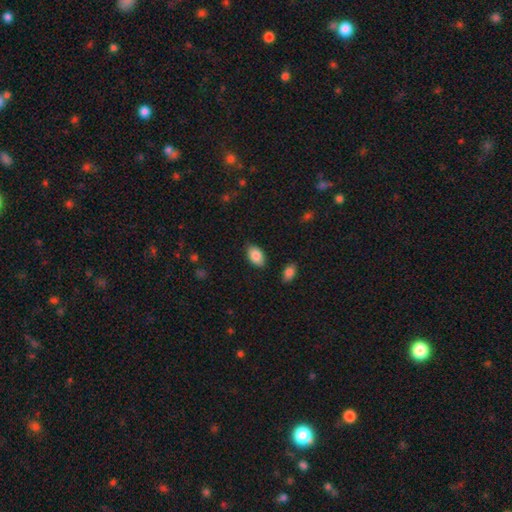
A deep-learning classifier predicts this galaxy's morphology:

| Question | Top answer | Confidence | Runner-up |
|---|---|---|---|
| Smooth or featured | smooth | 86% | featured or disk (7%) |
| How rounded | in between | 92% | round (6%) |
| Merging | none | 84% | minor disturbance (12%) |